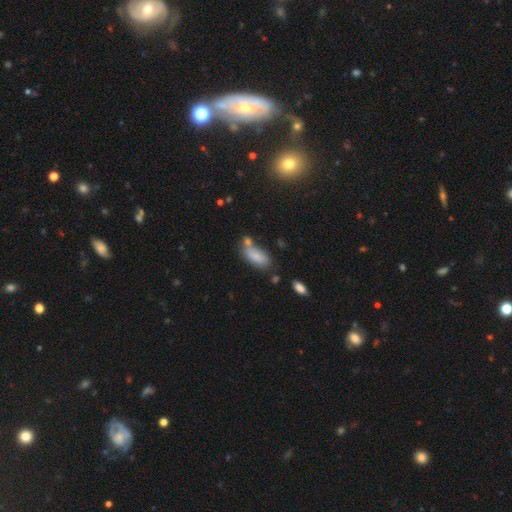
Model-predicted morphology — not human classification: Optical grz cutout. It shows a smooth galaxy with no disk features (83%) that is in between round and cigar-shaped (85%). Merging: none (52%).